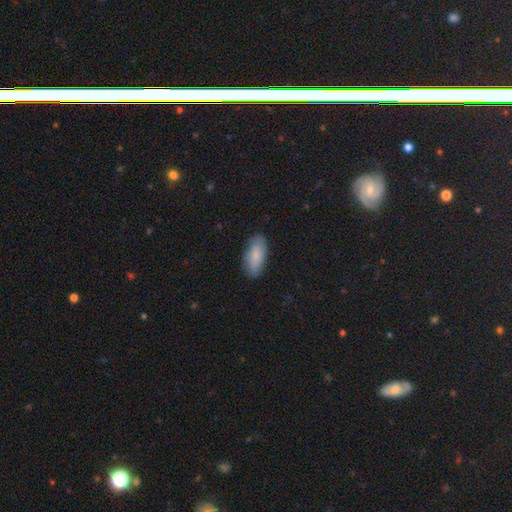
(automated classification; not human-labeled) smooth-or-featured: smooth: 83% | featured or disk: 11% | star or artifact: 6%
  how-rounded: in between: 82% | cigar-shaped: 16% | round: 2%
  merging: none: 83% | minor disturbance: 13% | major disturbance: 3% | merger: 1%